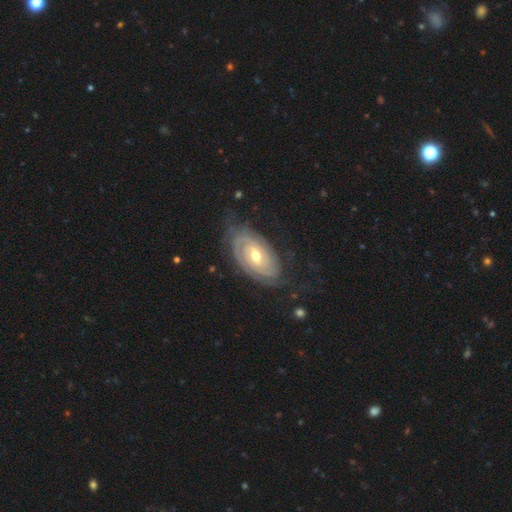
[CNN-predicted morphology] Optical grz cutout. It shows a featured or disk galaxy (88%) with no bar (46%), 2 (49%) tight (82%) spiral arms (97%) and a moderate central bulge (62%). Merging: none (74%).